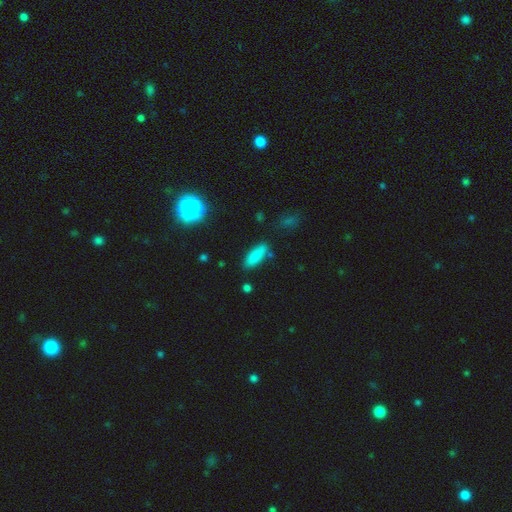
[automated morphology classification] Smooth or featured: smooth — 85% (star or artifact — 9%)
How rounded: in between — 63% (cigar-shaped — 35%)
Merging: none — 81% (minor disturbance — 12%)